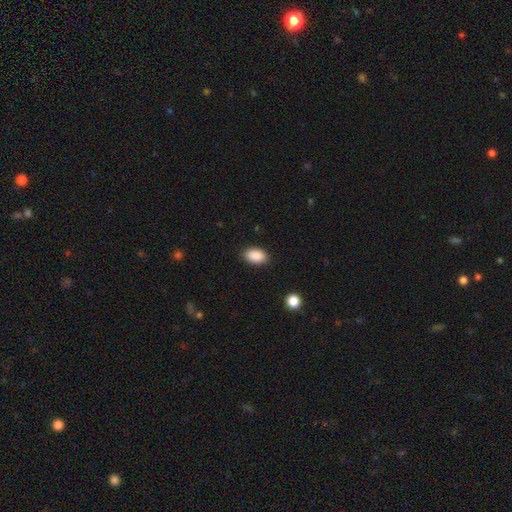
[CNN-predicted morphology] A smooth galaxy with no disk features (90%) that is in between round and cigar-shaped (92%).

Vote fractions:
- Smooth or featured? smooth: 90% / star or artifact: 7% / featured or disk: 3%
- How rounded? in between: 92% / round: 7% / cigar-shaped: 1%
- Merging? none: 88% / minor disturbance: 9% / major disturbance: 2% / merger: 1%